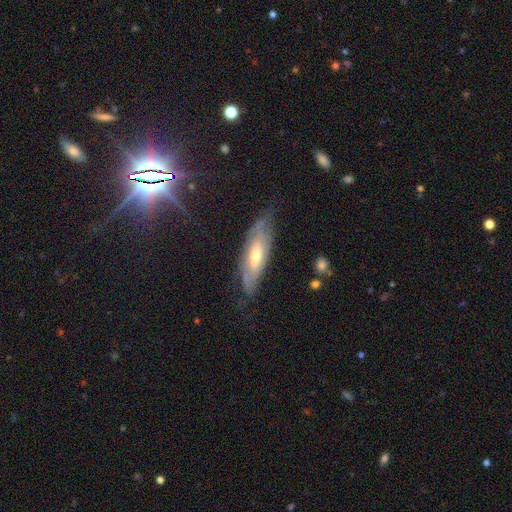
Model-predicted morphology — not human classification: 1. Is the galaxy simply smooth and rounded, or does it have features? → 65% featured or disk, 28% smooth, 7% star or artifact.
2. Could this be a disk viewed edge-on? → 65% no, 35% yes.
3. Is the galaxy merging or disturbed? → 68% none, 23% minor disturbance, 7% major disturbance, 2% merger.